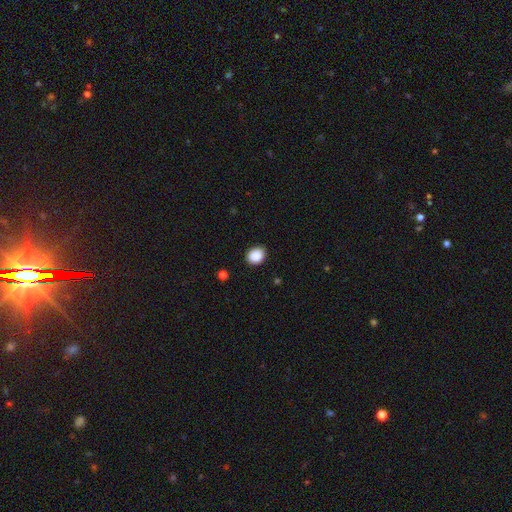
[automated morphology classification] Smooth or featured: smooth — 89% (star or artifact — 8%)
How rounded: round — 53% (in between — 46%)
Merging: none — 87% (minor disturbance — 9%)